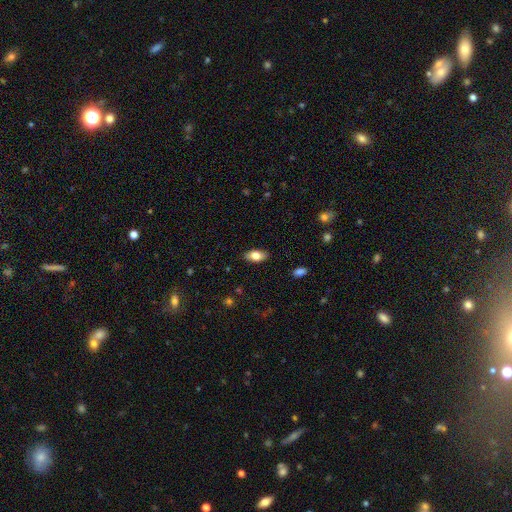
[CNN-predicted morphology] A smooth galaxy with no disk features (79%) that is in between round and cigar-shaped (90%).

Vote fractions:
- Smooth or featured? smooth: 79% / featured or disk: 14% / star or artifact: 7%
- How rounded? in between: 90% / cigar-shaped: 7% / round: 3%
- Merging? none: 87% / minor disturbance: 10% / major disturbance: 2% / merger: 1%